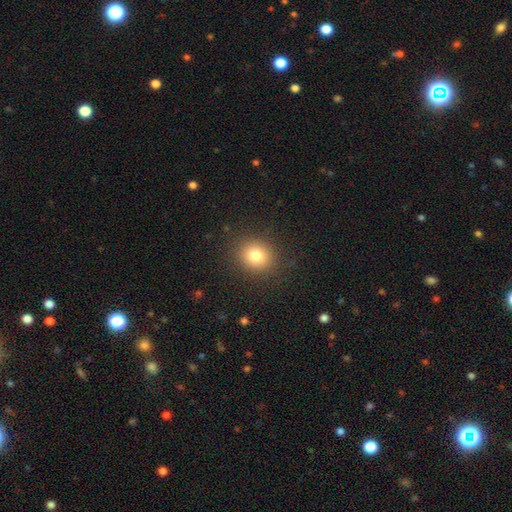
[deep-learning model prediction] Overall: smooth (80%). How rounded: round (79%). Merging: none (88%).